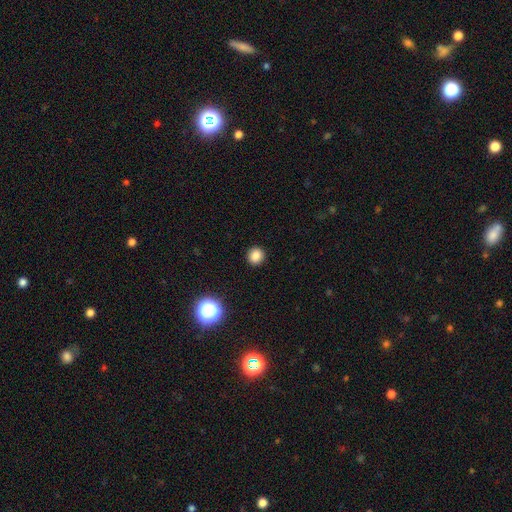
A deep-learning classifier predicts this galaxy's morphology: smooth 84%, star or artifact 12%, featured or disk 4%. Down the decision tree: how rounded — round (90%); merging — none (92%).